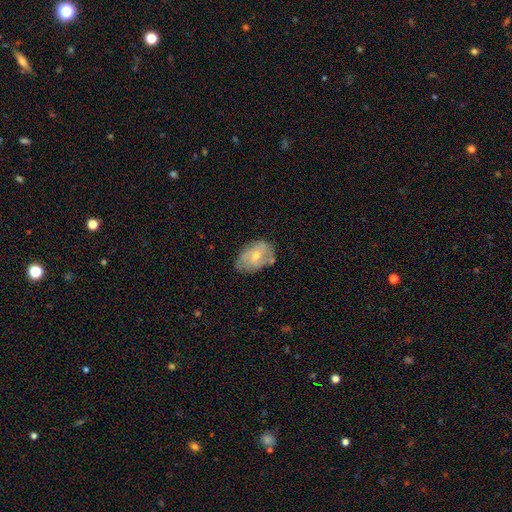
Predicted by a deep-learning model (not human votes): A smooth galaxy with no disk features (50%). Merging: none (62%).